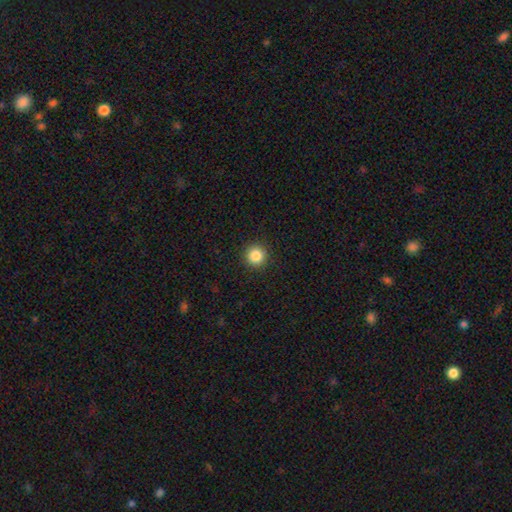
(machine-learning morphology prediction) Smooth or featured? smooth (85%)
How rounded? round (96%)
Merging? none (93%)